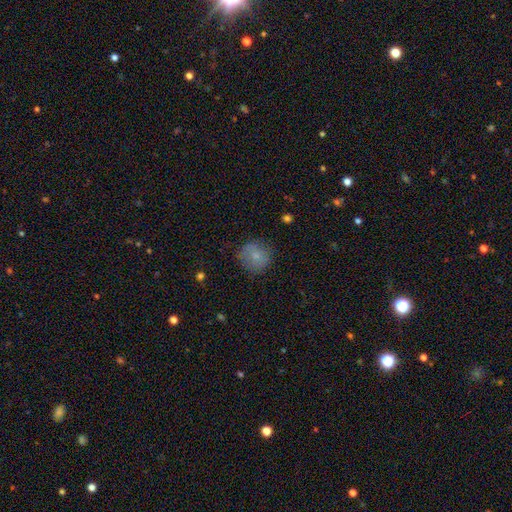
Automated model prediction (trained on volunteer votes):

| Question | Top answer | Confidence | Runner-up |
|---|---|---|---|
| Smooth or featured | smooth | 76% | featured or disk (14%) |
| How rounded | round | 86% | in between (13%) |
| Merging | none | 77% | minor disturbance (17%) |